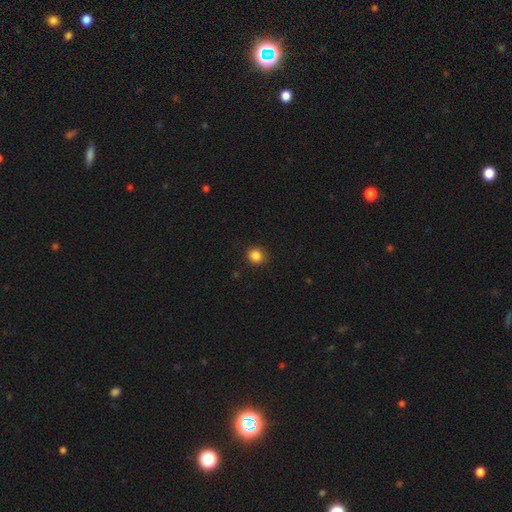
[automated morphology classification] smooth 85%, star or artifact 11%, featured or disk 3%. Down the decision tree: how rounded — round (83%); merging — none (90%).